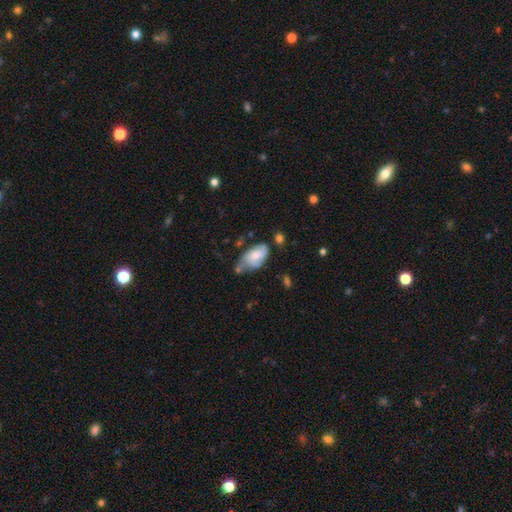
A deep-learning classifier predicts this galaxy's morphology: This is possibly a smooth galaxy (50%). Merging: marginally minor disturbance (37%).